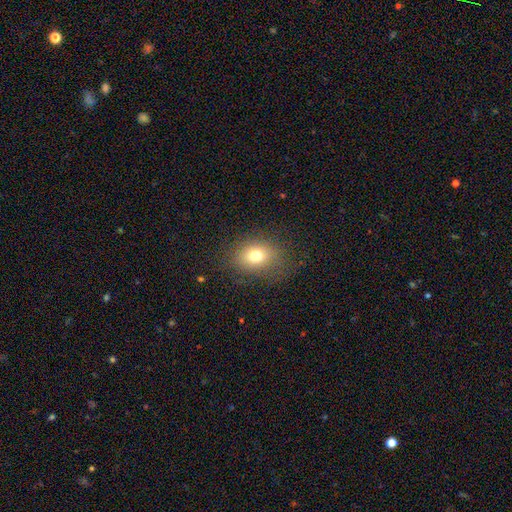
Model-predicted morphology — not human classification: A smooth galaxy with no disk features (74%) that is in between round and cigar-shaped (57%). Merging: none (78%).